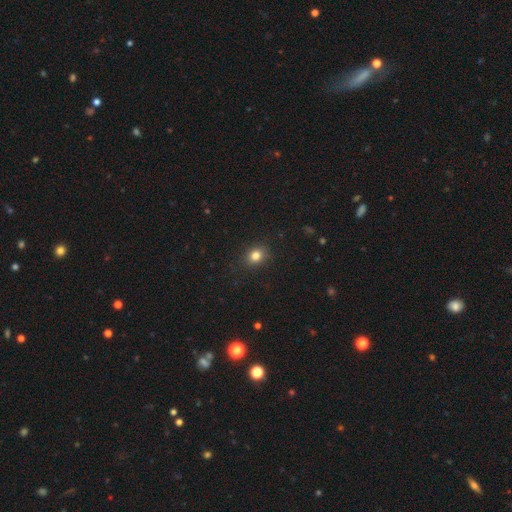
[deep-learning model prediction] Q: Smooth or featured?
A: smooth (82%); runner-up: star or artifact (12%)
Q: How rounded?
A: round (61%); runner-up: in between (38%)
Q: Merging?
A: none (88%); runner-up: minor disturbance (8%)